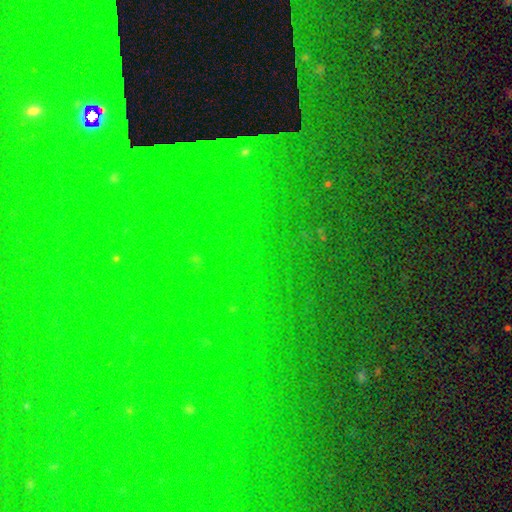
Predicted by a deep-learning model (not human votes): This is likely a star or artifact rather than a galaxy (79%).